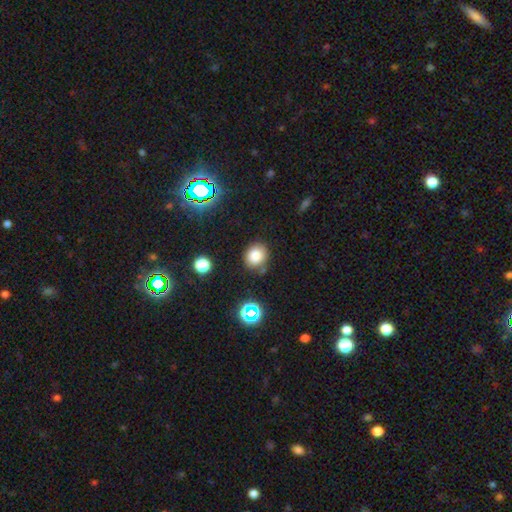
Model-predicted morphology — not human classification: Smooth or featured?
  - smooth: 80% *
  - star or artifact: 14%
  - featured or disk: 7%
How rounded?
  - round: 70% *
  - in between: 29%
  - cigar-shaped: 1%
Merging?
  - none: 76% *
  - minor disturbance: 15%
  - merger: 5%
  - major disturbance: 4%